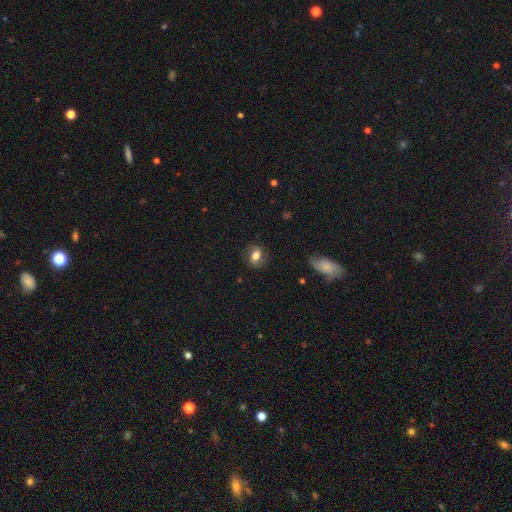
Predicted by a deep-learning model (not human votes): A smooth galaxy with no disk features (66%) that is in between round and cigar-shaped (64%). Merging: none (75%).